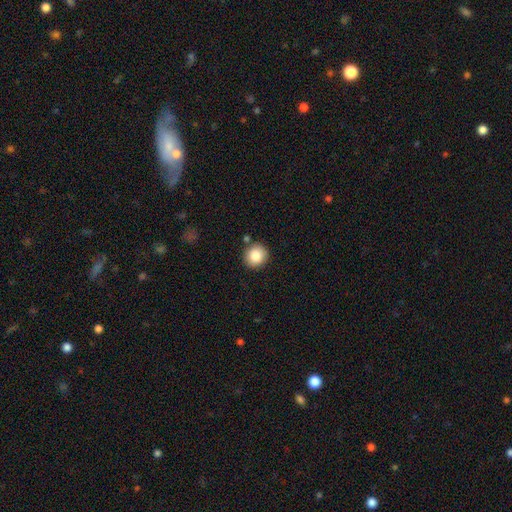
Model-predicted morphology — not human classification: Smooth or featured: smooth — 87% (star or artifact — 8%)
How rounded: round — 91% (in between — 8%)
Merging: none — 85% (minor disturbance — 8%)